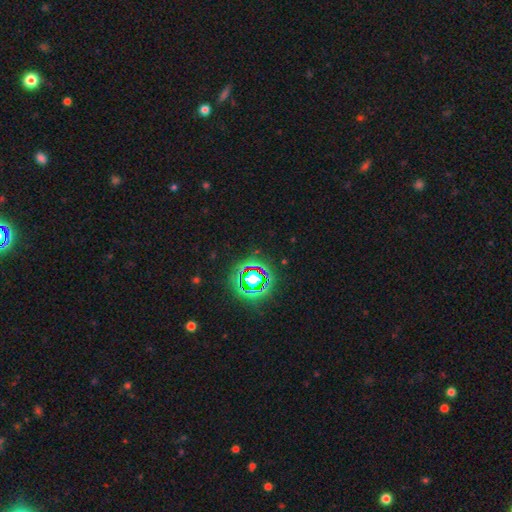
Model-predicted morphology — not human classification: star or artifact 81%, smooth 12%, featured or disk 7%.